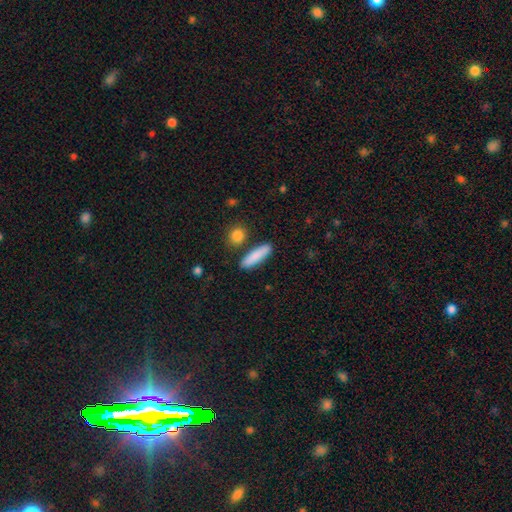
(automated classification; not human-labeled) A smooth galaxy with no disk features (85%) that is cigar-shaped (68%).

Vote fractions:
- Smooth or featured? smooth: 85% / featured or disk: 9% / star or artifact: 6%
- How rounded? cigar-shaped: 68% / in between: 30% / round: 3%
- Merging? none: 83% / minor disturbance: 9% / merger: 5% / major disturbance: 2%